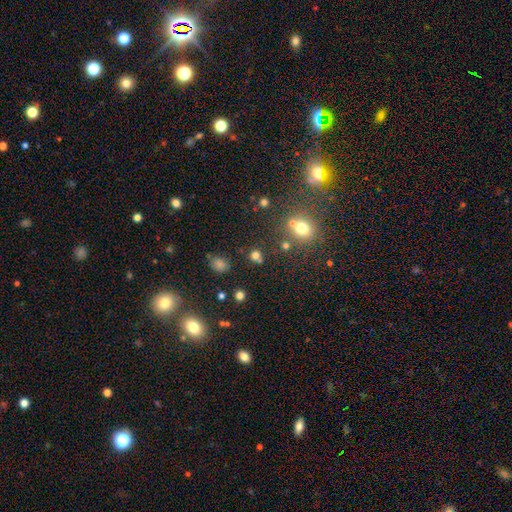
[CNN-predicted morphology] A smooth galaxy with no disk features (71%) that is round (82%).

Vote fractions:
- Smooth or featured? smooth: 71% / star or artifact: 21% / featured or disk: 7%
- How rounded? round: 82% / in between: 17% / cigar-shaped: 1%
- Merging? none: 73% / merger: 13% / minor disturbance: 10% / major disturbance: 4%